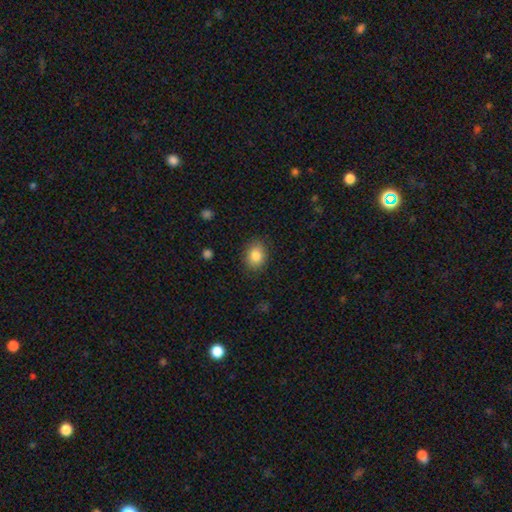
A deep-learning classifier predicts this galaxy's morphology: Q: Smooth or featured?
A: smooth (84%); runner-up: star or artifact (9%)
Q: How rounded?
A: in between (55%); runner-up: round (44%)
Q: Merging?
A: none (86%); runner-up: minor disturbance (10%)